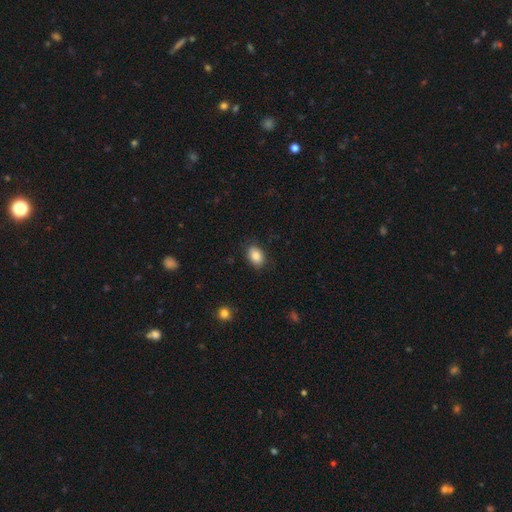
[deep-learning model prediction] Smooth or featured? smooth (86%)
How rounded? in between (83%)
Merging? none (85%)